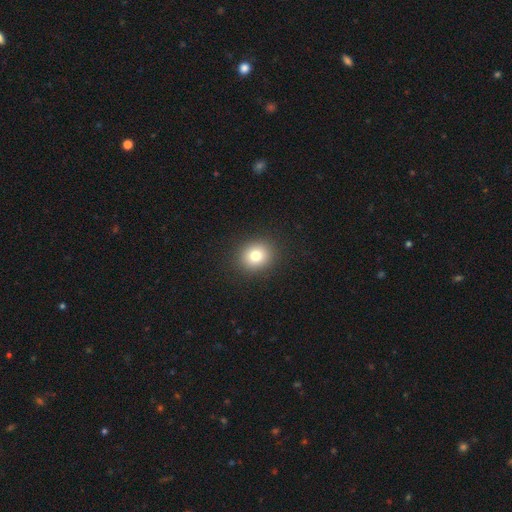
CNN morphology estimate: type=smooth (79%); roundness=round (77%); merging=none (91%).